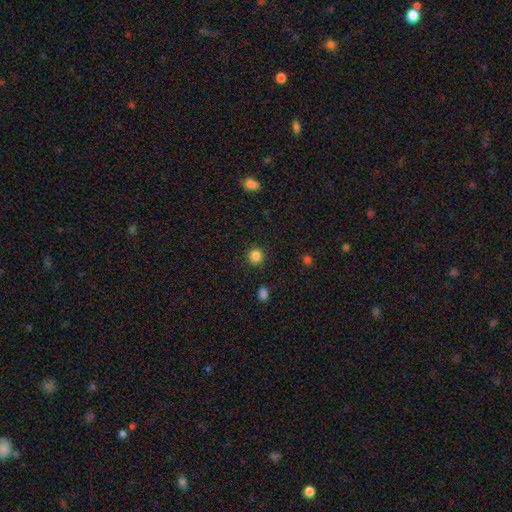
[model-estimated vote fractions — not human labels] Q: Smooth or featured?
A: smooth (85%); runner-up: star or artifact (11%)
Q: How rounded?
A: round (92%); runner-up: in between (7%)
Q: Merging?
A: none (91%); runner-up: minor disturbance (6%)